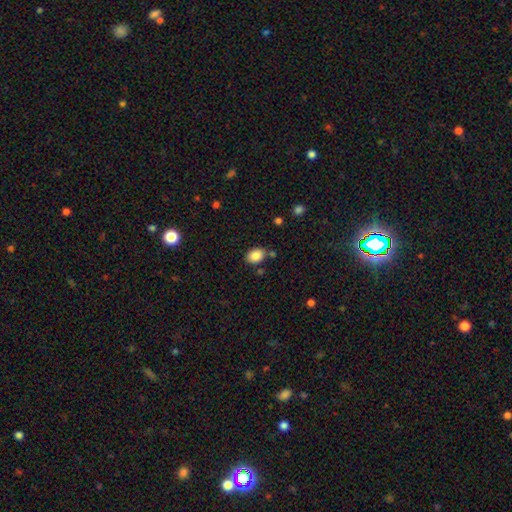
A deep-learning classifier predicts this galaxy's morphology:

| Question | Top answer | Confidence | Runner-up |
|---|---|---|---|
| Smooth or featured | smooth | 87% | star or artifact (8%) |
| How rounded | in between | 77% | round (22%) |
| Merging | none | 78% | minor disturbance (13%) |